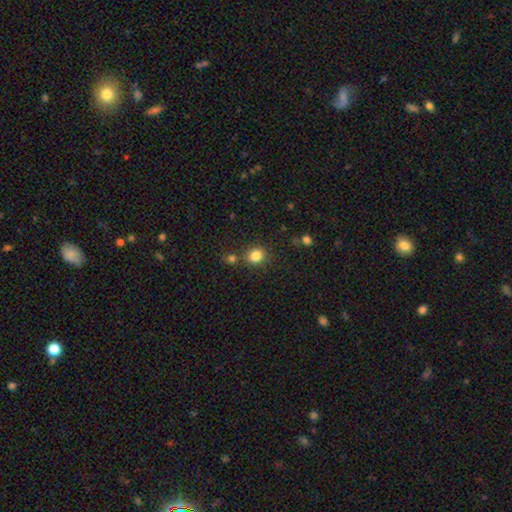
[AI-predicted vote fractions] Morphology: type=smooth (83%); roundness=round (79%); merging=none (77%).